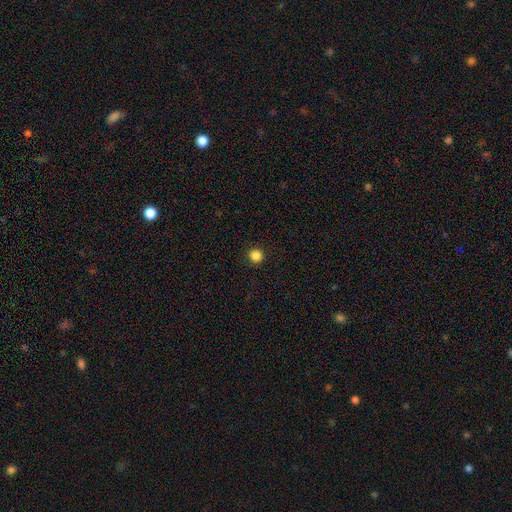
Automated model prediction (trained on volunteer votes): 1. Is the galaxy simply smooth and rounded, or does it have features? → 85% smooth, 12% star or artifact, 3% featured or disk.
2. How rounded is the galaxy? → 96% round, 3% in between, 1% cigar-shaped.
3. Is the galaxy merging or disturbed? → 93% none, 5% minor disturbance, 2% major disturbance, 1% merger.